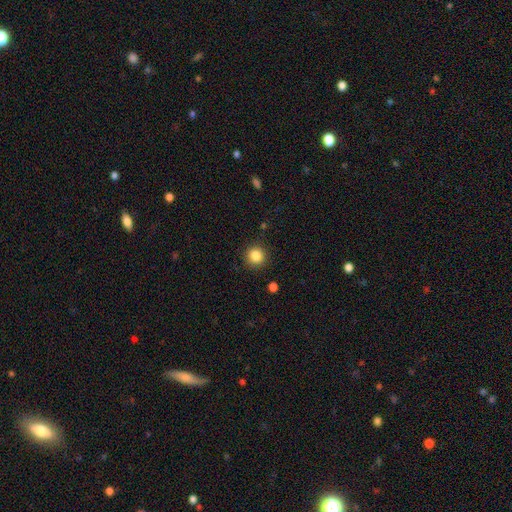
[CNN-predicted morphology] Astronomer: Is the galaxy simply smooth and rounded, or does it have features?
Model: smooth — 85%.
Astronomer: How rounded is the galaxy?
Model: round — 94%.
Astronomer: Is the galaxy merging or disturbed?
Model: none — 90%.